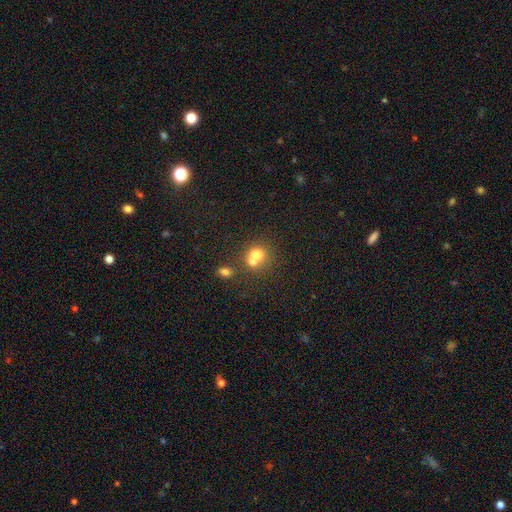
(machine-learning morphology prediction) smooth 71%, featured or disk 16%, star or artifact 12%. Down the decision tree: how rounded — round (74%); merging — merger (58%).